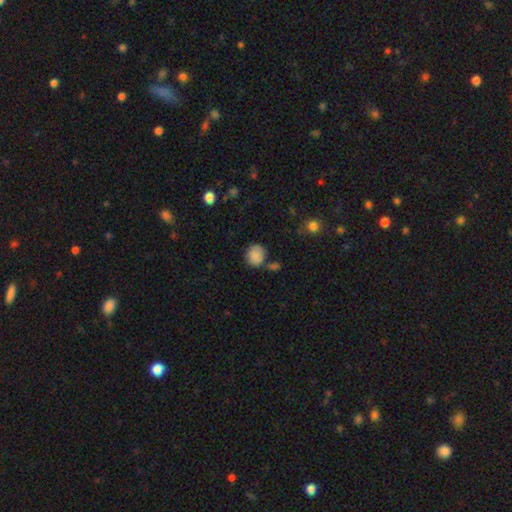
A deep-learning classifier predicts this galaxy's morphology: This appears to be a smooth galaxy with no disk features (86%) that is round (74%). Merging: none (66%).